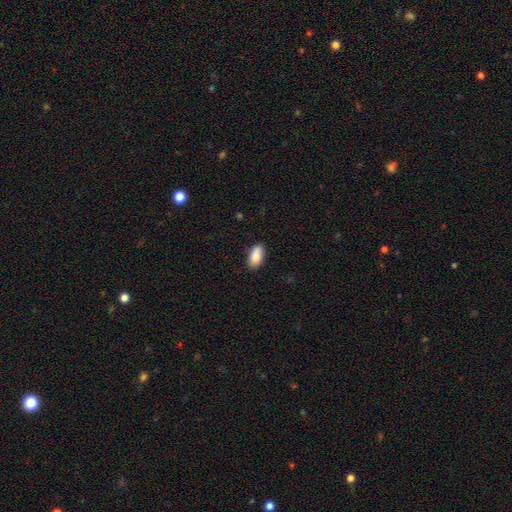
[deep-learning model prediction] Q: Smooth or featured?
A: smooth (88%); runner-up: star or artifact (7%)
Q: How rounded?
A: in between (92%); runner-up: cigar-shaped (5%)
Q: Merging?
A: none (81%); runner-up: minor disturbance (15%)